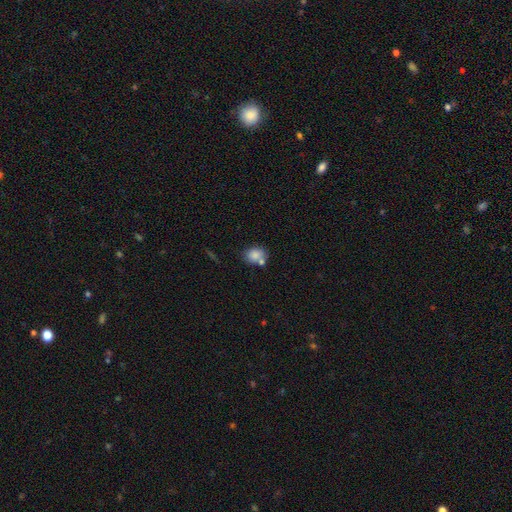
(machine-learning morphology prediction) Q: Smooth or featured?
A: smooth (82%); runner-up: star or artifact (9%)
Q: How rounded?
A: round (50%); runner-up: in between (49%)
Q: Merging?
A: none (55%); runner-up: merger (25%)